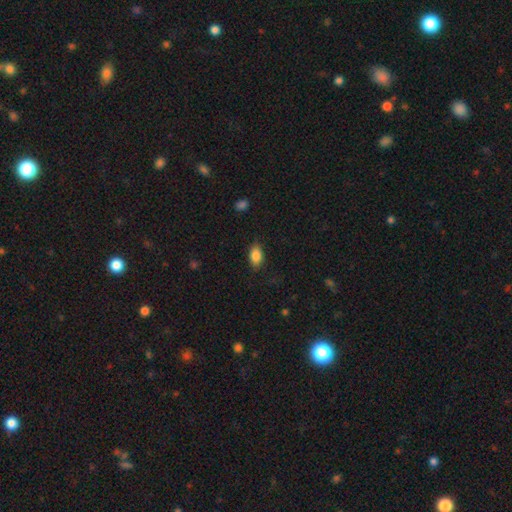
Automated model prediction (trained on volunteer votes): A smooth galaxy with no disk features (86%) that is in between round and cigar-shaped (89%). Merging: none (82%).